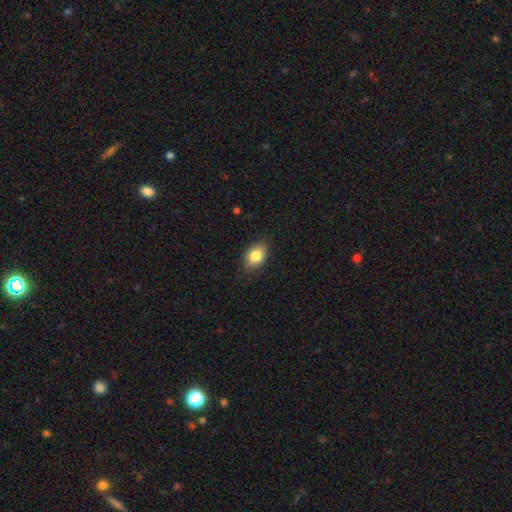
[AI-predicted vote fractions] The model was most divided on "how rounded": in between: 81%, round: 17%, cigar-shaped: 1%. More confident: merging — none (84%); smooth or featured — smooth (83%).